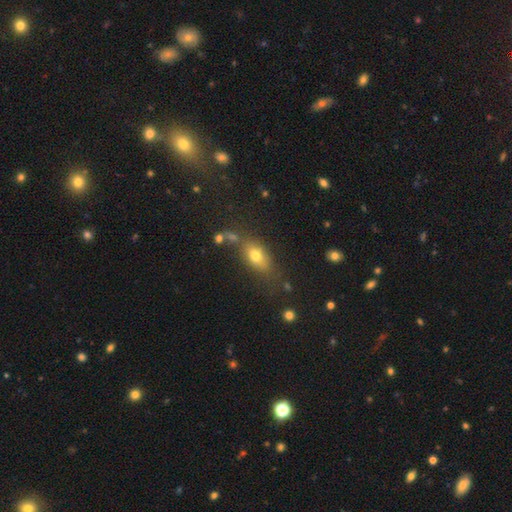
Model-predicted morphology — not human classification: This appears to be a smooth galaxy with no disk features (71%) that is in between round and cigar-shaped (77%). Merging: none (64%).